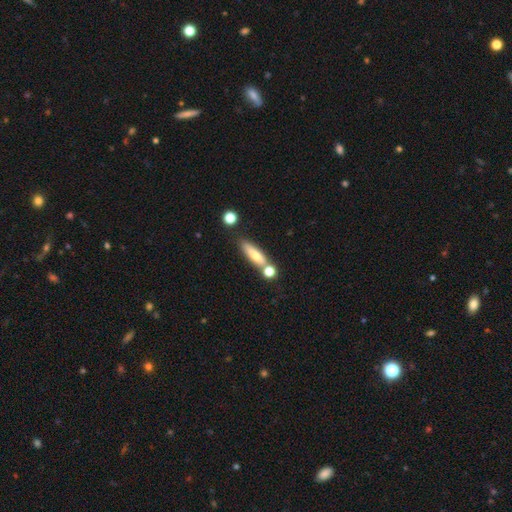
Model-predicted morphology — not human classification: smooth-or-featured: smooth: 66% | featured or disk: 25% | star or artifact: 8%
  how-rounded: cigar-shaped: 64% | in between: 32% | round: 4%
  merging: none: 62% | merger: 19% | minor disturbance: 15% | major disturbance: 5%